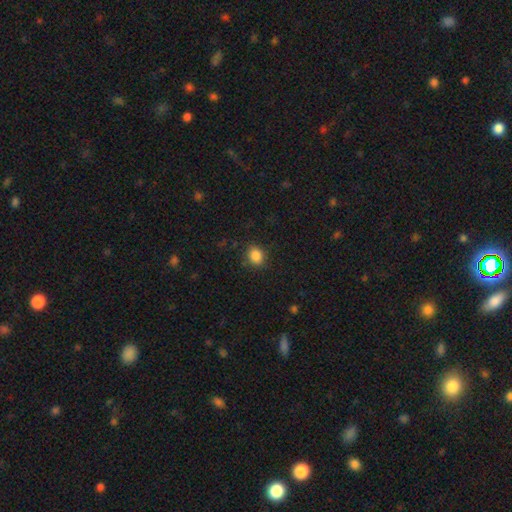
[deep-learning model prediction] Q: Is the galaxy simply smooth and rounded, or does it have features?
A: smooth — 86%.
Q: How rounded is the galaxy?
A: round — 65%.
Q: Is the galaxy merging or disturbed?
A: none — 87%.